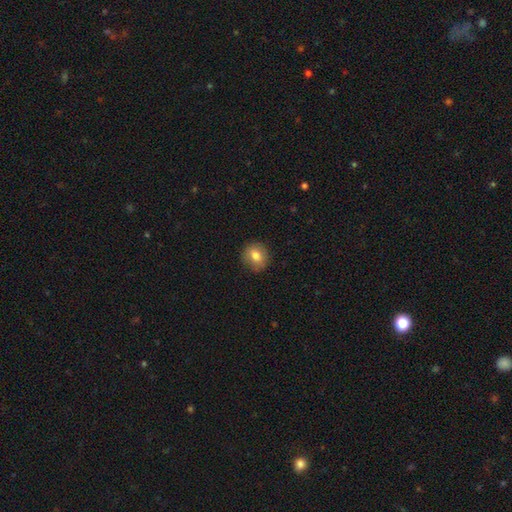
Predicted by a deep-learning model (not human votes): Q: Smooth or featured?
A: smooth (77%); runner-up: featured or disk (14%)
Q: How rounded?
A: round (80%); runner-up: in between (19%)
Q: Merging?
A: none (86%); runner-up: minor disturbance (11%)